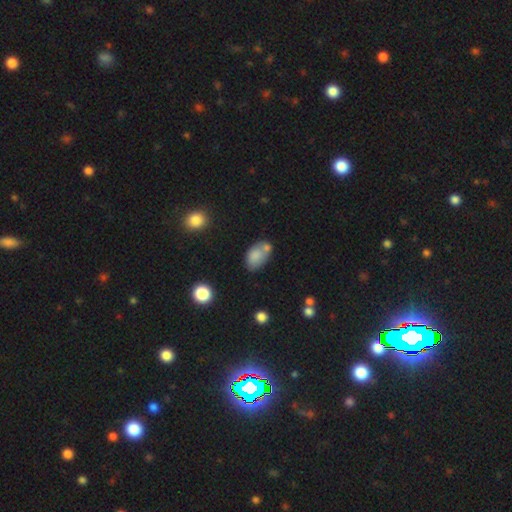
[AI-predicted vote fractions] smooth_or_featured: smooth (p=0.79) [alt: featured or disk p=0.12]
how_rounded: in between (p=0.89) [alt: round p=0.10]
merging: none (p=0.47) [alt: merger p=0.26]